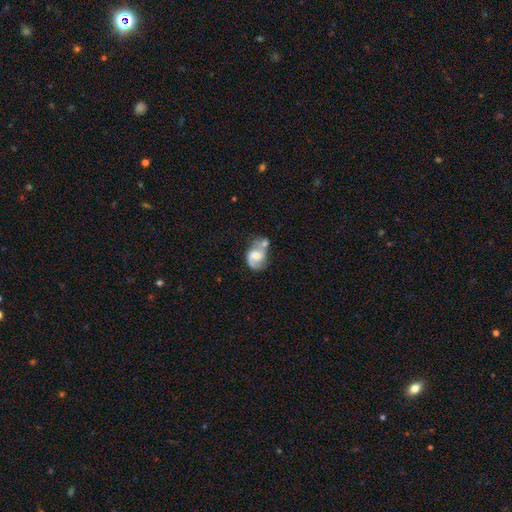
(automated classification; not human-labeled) featured or disk 66%, smooth 27%, star or artifact 7%. Down the decision tree: edge-on disk — no (97%); bar — no (48%); spiral arms — yes (88%); spiral arm count — 2 (77%); spiral winding — medium (46%); bulge size — moderate (51%); merging — none (35%, tied with merger).